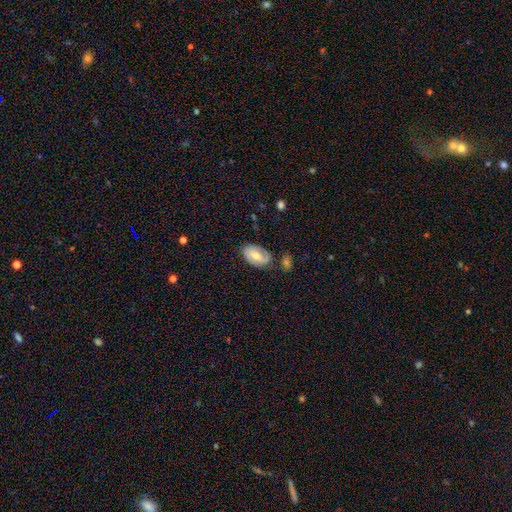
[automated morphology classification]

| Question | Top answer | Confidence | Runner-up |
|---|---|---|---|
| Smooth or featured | featured or disk | 52% | smooth (41%) |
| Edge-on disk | no | 94% | yes (6%) |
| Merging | none | 67% | minor disturbance (22%) |